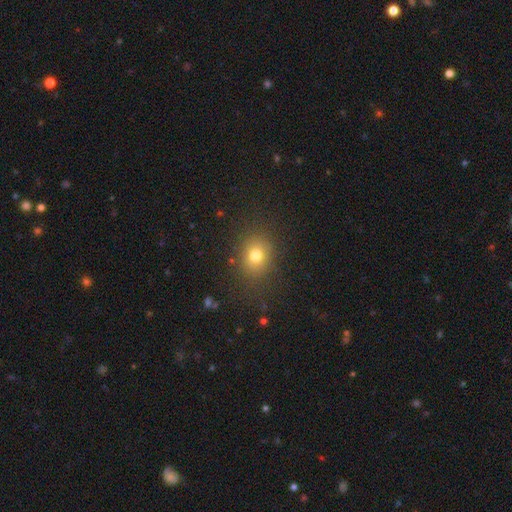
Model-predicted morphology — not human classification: This is likely a smooth galaxy (76%). How rounded: possibly round (51%). Merging: clearly none (83%).